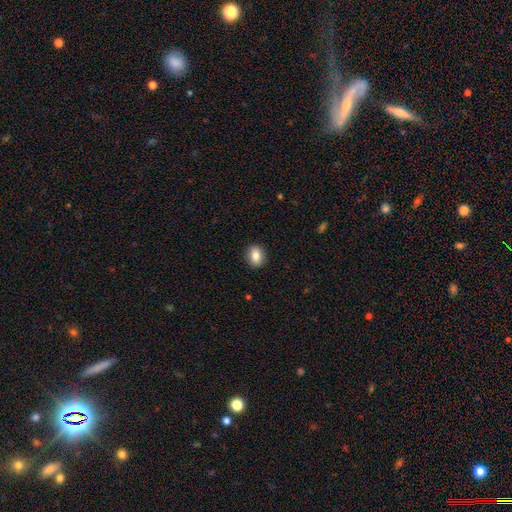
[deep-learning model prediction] Overall: smooth (85%). How rounded: in between (57%; round 41%). Merging: none (90%).